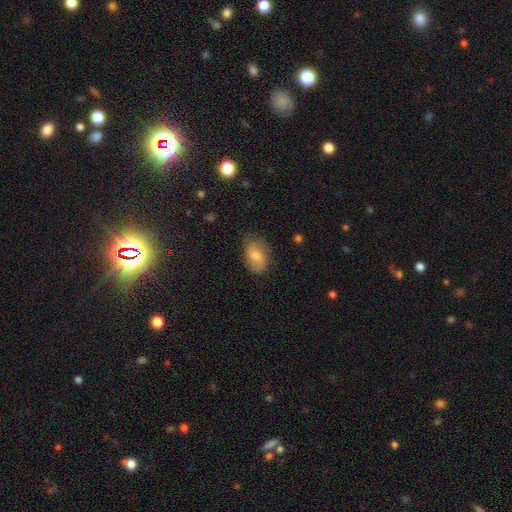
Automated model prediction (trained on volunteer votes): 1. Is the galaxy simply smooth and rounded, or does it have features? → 66% smooth, 23% featured or disk, 11% star or artifact.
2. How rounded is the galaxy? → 81% in between, 17% round, 2% cigar-shaped.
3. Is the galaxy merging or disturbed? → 74% none, 20% minor disturbance, 5% major disturbance, 1% merger.